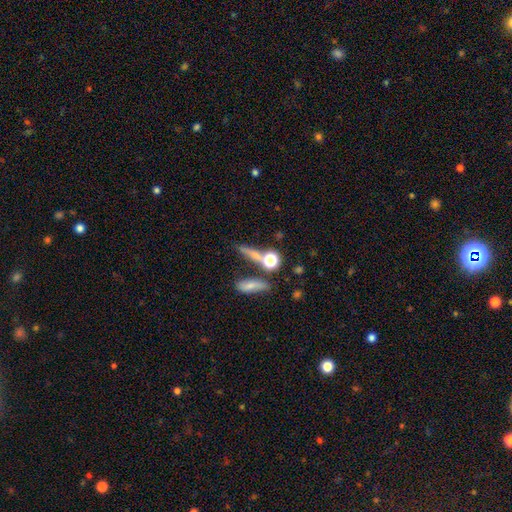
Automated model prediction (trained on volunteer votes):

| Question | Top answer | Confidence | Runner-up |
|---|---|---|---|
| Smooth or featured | smooth | 64% | featured or disk (18%) |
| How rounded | cigar-shaped | 45% | round (33%) |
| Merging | none | 58% | merger (22%) |